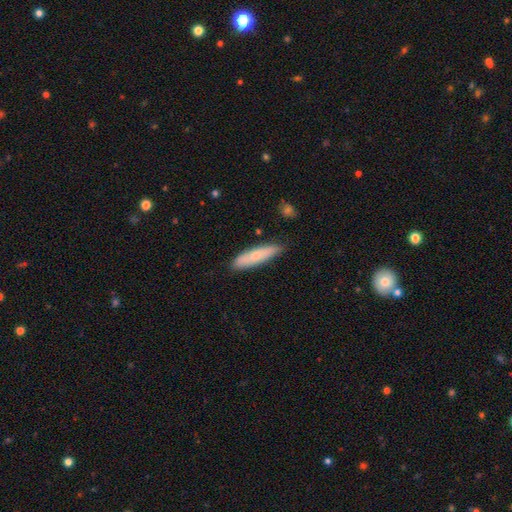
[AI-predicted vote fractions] Smooth or featured: smooth — 69% (featured or disk — 25%)
How rounded: cigar-shaped — 74% (in between — 24%)
Merging: none — 83% (minor disturbance — 13%)